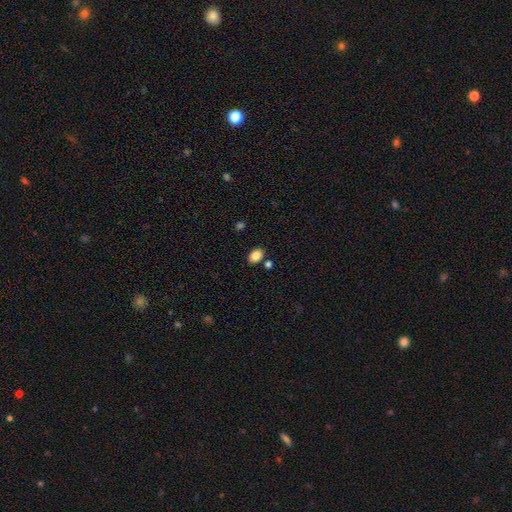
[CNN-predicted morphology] Smooth or featured? Predicted: smooth (p=0.86). How rounded? Predicted: in between (p=0.78). Merging? Predicted: none (p=0.81).